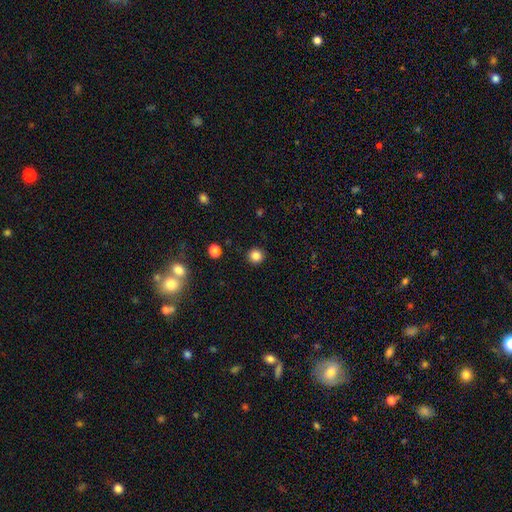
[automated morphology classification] smooth-or-featured: smooth: 84% | star or artifact: 12% | featured or disk: 4%
  how-rounded: round: 94% | in between: 5% | cigar-shaped: 1%
  merging: none: 92% | minor disturbance: 5% | major disturbance: 2% | merger: 1%